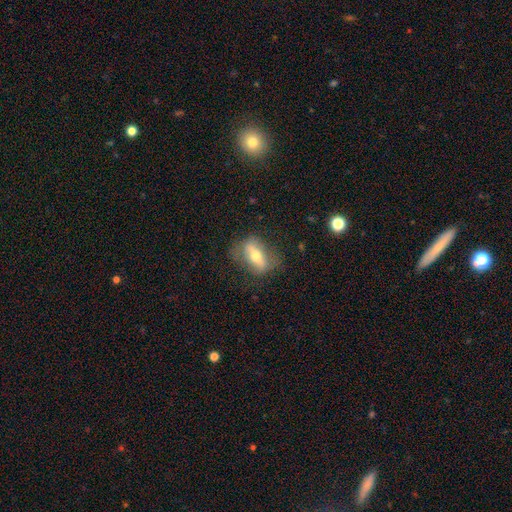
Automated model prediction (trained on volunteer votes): Smooth or featured: featured or disk — 52% (smooth — 41%)
Edge-on disk: no — 59% (yes — 41%)
Merging: none — 70% (minor disturbance — 19%)